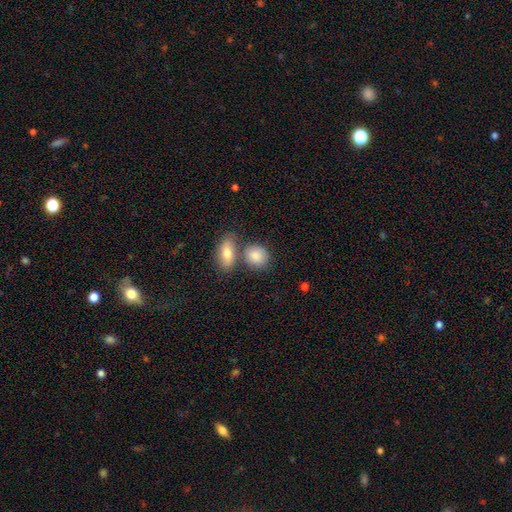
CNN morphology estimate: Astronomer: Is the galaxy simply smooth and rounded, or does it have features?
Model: smooth — 84%.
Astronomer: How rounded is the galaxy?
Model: round — 50% (runner-up: in between, 48%).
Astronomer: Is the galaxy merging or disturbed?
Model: none — 57%.